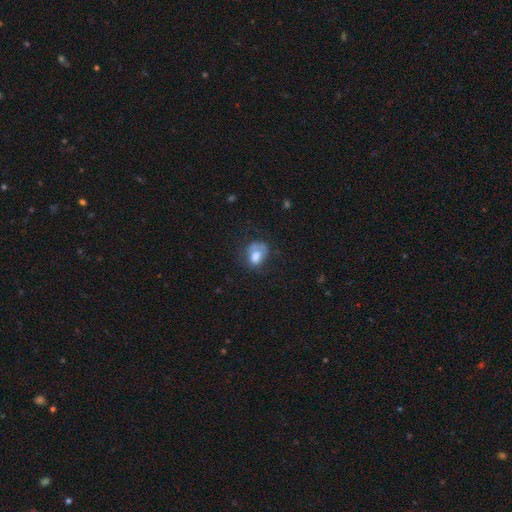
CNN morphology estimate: The model was most divided on "merging": none: 39%, major disturbance: 31%, minor disturbance: 27%, merger: 3%. More confident: smooth or featured — smooth (60%); how rounded — in between (58%).